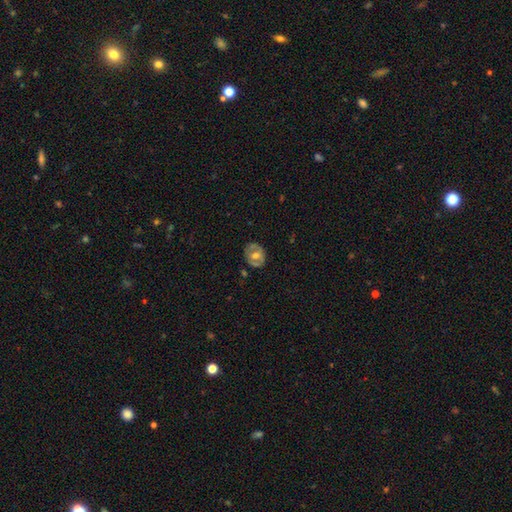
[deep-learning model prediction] A featured or disk galaxy (51%). Merging: none (77%).